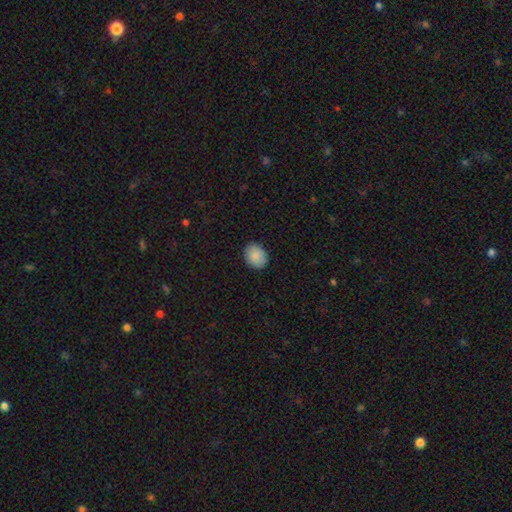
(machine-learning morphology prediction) The model was most divided on "how rounded": in between: 56%, round: 43%, cigar-shaped: 1%. More confident: smooth or featured — smooth (89%); merging — none (88%).